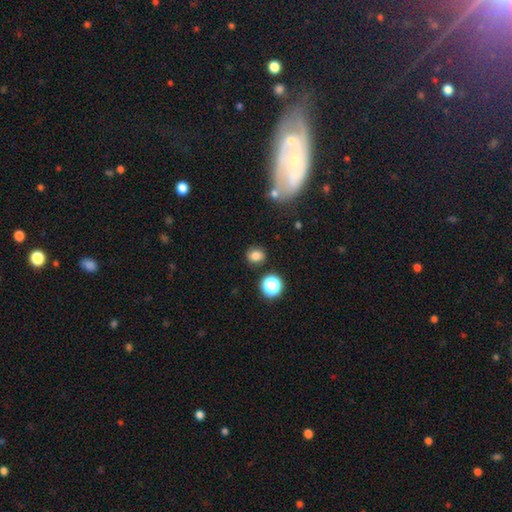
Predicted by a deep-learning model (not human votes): smooth 80%, star or artifact 15%, featured or disk 6%. Down the decision tree: how rounded — round (72%); merging — none (86%).